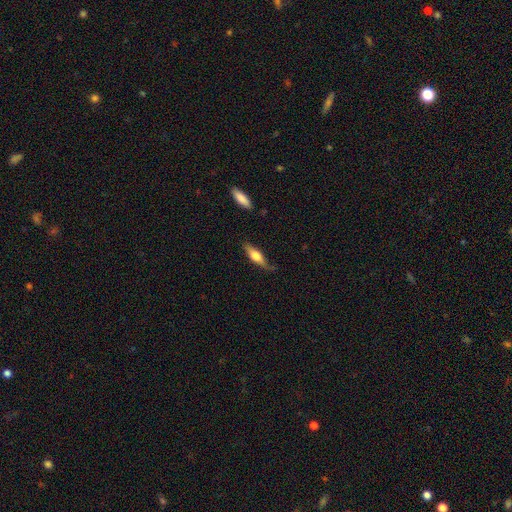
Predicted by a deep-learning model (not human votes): Morphology: type=smooth (54%); roundness=cigar-shaped (56%); merging=none (68%).